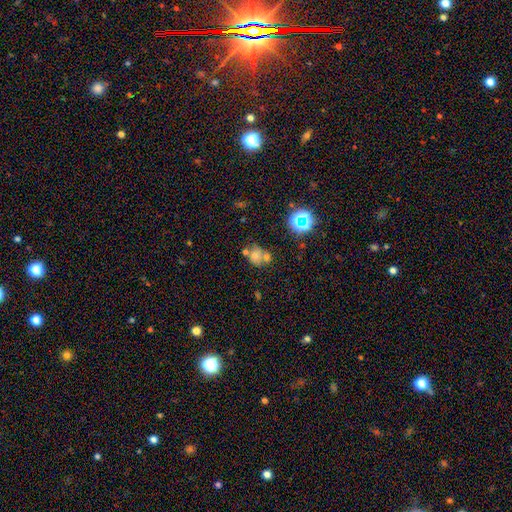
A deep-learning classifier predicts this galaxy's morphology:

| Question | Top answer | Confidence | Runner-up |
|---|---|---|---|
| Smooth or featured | smooth | 57% | star or artifact (22%) |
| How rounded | round | 61% | in between (38%) |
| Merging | merger | 42% | none (36%) |